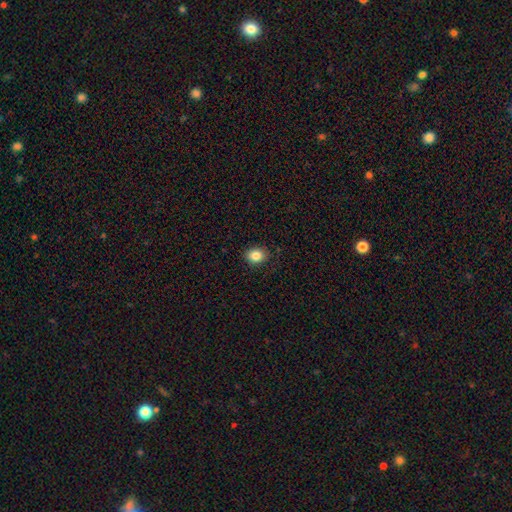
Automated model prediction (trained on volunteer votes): smooth-or-featured: smooth: 85% | star or artifact: 10% | featured or disk: 6%
  how-rounded: round: 51% | in between: 48% | cigar-shaped: 1%
  merging: none: 89% | minor disturbance: 8% | major disturbance: 2% | merger: 1%